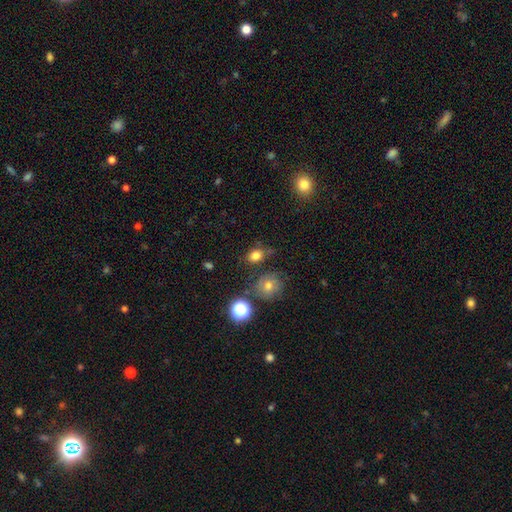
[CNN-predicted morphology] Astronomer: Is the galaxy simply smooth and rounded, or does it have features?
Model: smooth — 77%.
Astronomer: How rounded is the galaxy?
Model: in between — 50% (runner-up: round, 48%).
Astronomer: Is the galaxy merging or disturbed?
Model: none — 70%.